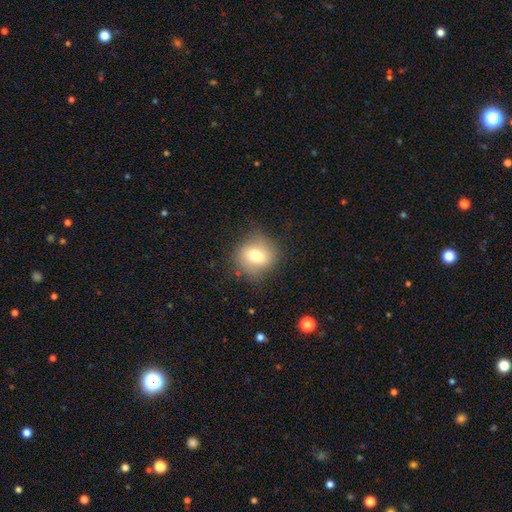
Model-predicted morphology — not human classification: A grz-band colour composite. It shows a smooth galaxy with no disk features (71%) that is round (81%). Merging: none (78%).